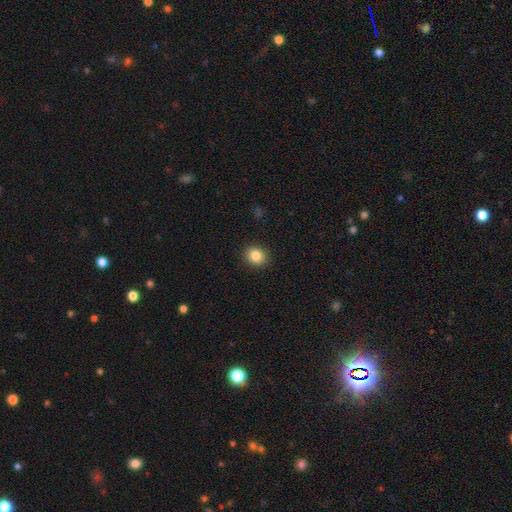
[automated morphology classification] Smooth or featured?
  - smooth: 85% *
  - star or artifact: 10%
  - featured or disk: 5%
How rounded?
  - round: 66% *
  - in between: 33%
  - cigar-shaped: 1%
Merging?
  - none: 91% *
  - minor disturbance: 6%
  - major disturbance: 2%
  - merger: 1%